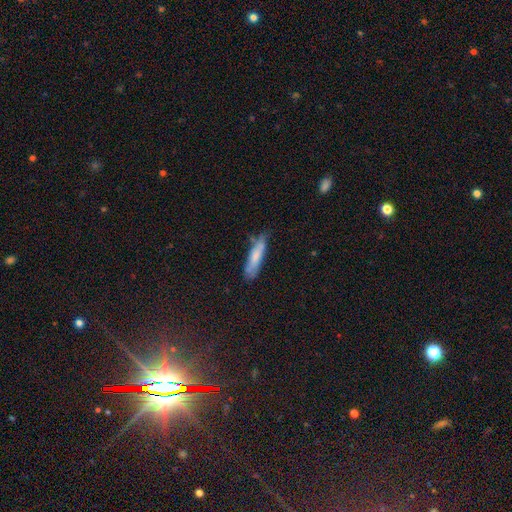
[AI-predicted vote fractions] The model was most divided on "merging": none: 63%, minor disturbance: 27%, major disturbance: 6%, merger: 4%. More confident: how rounded — cigar-shaped (79%); smooth or featured — smooth (69%).